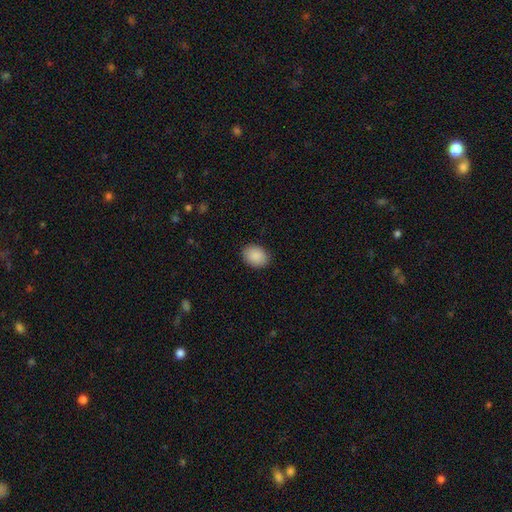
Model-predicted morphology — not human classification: Smooth or featured?
  - smooth: 89% *
  - star or artifact: 7%
  - featured or disk: 3%
How rounded?
  - in between: 70% *
  - round: 29%
  - cigar-shaped: 1%
Merging?
  - none: 88% *
  - minor disturbance: 9%
  - major disturbance: 2%
  - merger: 1%